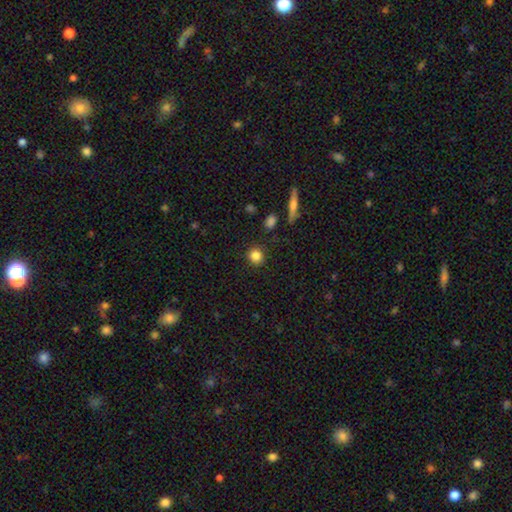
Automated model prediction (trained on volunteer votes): smooth-or-featured: smooth: 84% | star or artifact: 11% | featured or disk: 5%
  how-rounded: round: 90% | in between: 9% | cigar-shaped: 1%
  merging: none: 89% | minor disturbance: 7% | major disturbance: 2% | merger: 2%